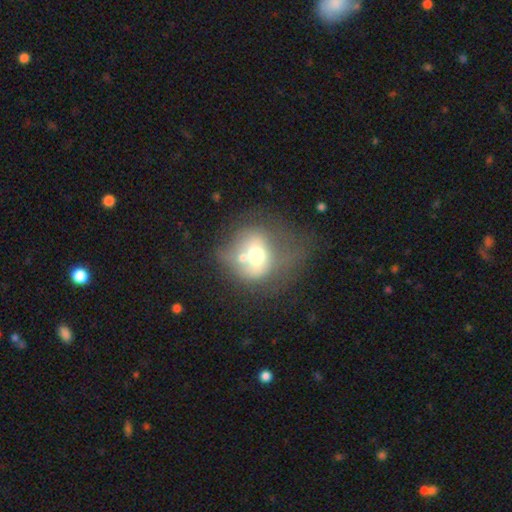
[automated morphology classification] The model was most divided on "merging": none: 32%, merger: 29%, major disturbance: 21%, minor disturbance: 18%. More confident: how rounded — round (74%); smooth or featured — smooth (55%).